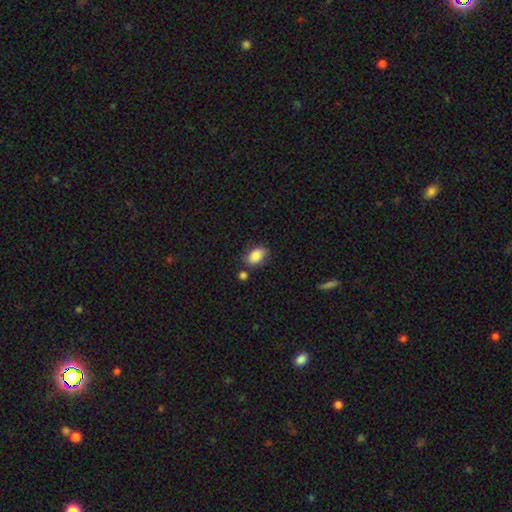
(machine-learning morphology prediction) A smooth galaxy with no disk features (87%) that is in between round and cigar-shaped (88%).

Vote fractions:
- Smooth or featured? smooth: 87% / star or artifact: 8% / featured or disk: 5%
- How rounded? in between: 88% / round: 10% / cigar-shaped: 2%
- Merging? none: 74% / minor disturbance: 14% / merger: 9% / major disturbance: 4%